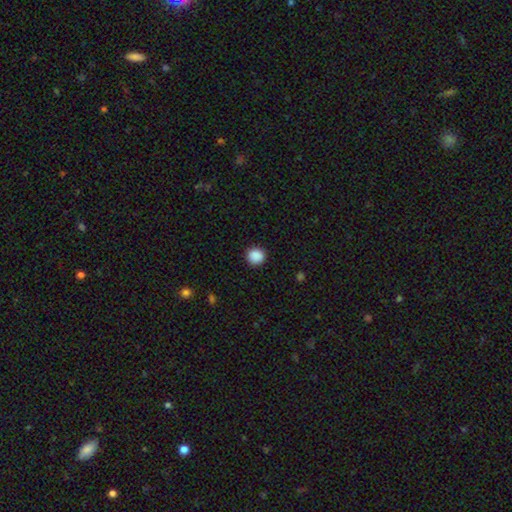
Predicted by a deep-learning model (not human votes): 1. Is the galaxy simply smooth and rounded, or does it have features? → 89% smooth, 9% star or artifact, 2% featured or disk.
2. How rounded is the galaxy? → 91% round, 8% in between, 1% cigar-shaped.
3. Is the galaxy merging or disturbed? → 91% none, 6% minor disturbance, 2% major disturbance, 1% merger.